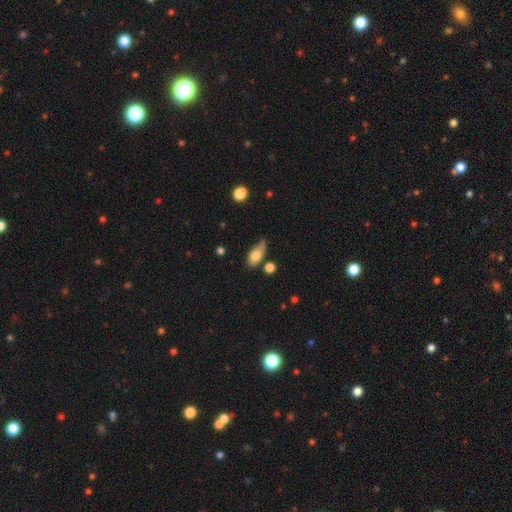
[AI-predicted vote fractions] Smooth or featured? Predicted: smooth (p=0.75). How rounded? Predicted: in between (p=0.83). Merging? Predicted: none (p=0.38).